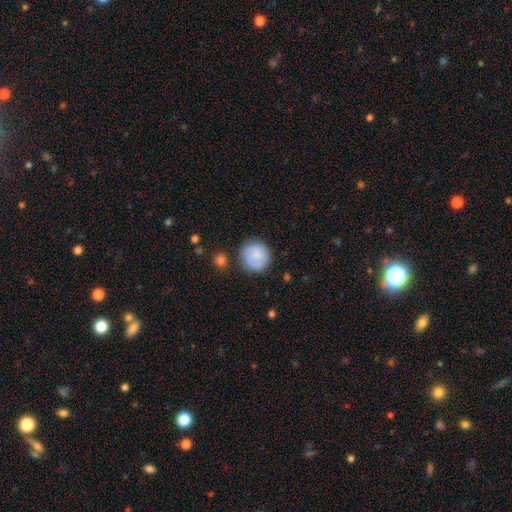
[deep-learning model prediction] Morphology: type=smooth (78%); roundness=round (90%); merging=none (72%).